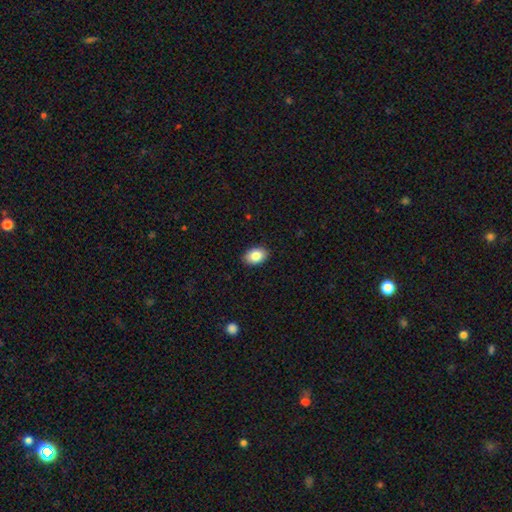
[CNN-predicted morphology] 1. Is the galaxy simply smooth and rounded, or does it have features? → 85% smooth, 8% star or artifact, 7% featured or disk.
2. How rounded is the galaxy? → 84% in between, 15% round, 1% cigar-shaped.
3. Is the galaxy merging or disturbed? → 89% none, 8% minor disturbance, 2% major disturbance, 1% merger.